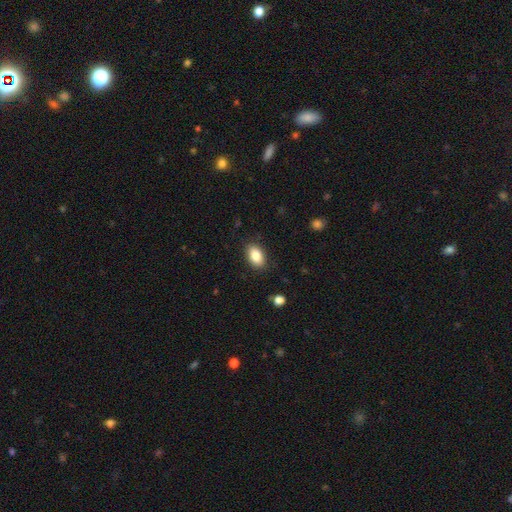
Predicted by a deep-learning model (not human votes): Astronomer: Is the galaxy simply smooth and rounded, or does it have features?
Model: smooth — 85%.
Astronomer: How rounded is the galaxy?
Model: in between — 91%.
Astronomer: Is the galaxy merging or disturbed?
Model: none — 87%.